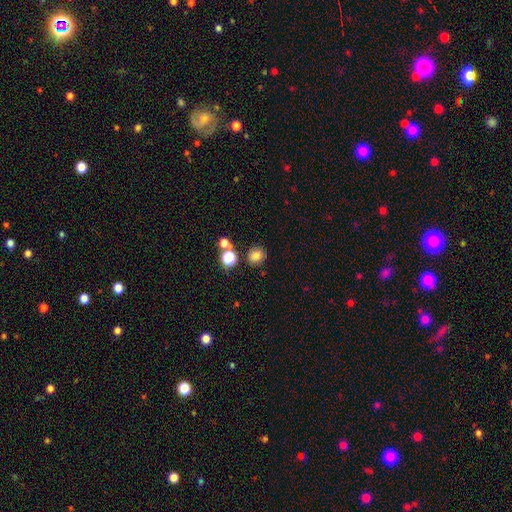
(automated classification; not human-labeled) Morphology: type=smooth (79%); roundness=round (74%); merging=none (79%).